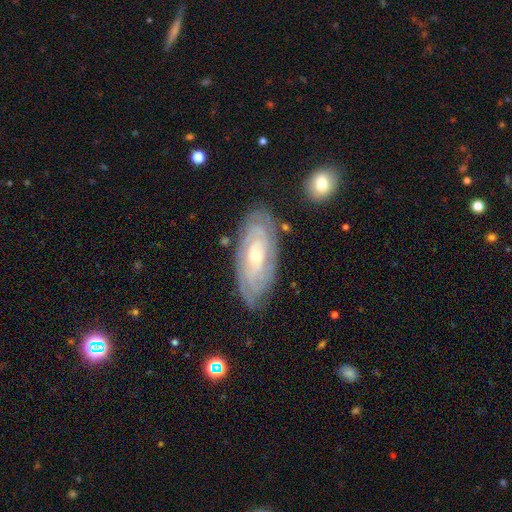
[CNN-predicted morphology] Smooth or featured? featured or disk (85%)
Edge-on disk? no (92%)
Bar? no (62%)
Spiral arms? yes (95%)
Spiral winding? tight (82%)
Spiral arm count? can't tell (42%)
Bulge size? small (61%)
Merging? none (81%)